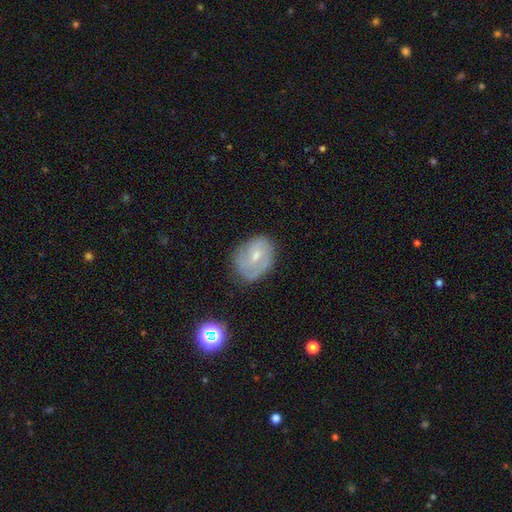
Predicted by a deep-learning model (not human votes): Smooth or featured: featured or disk — 64% (smooth — 26%)
Edge-on disk: no — 96% (yes — 4%)
Bar: weak — 46% (no — 42%)
Spiral arms: yes — 81% (no — 19%)
Bulge size: small — 57% (moderate — 39%)
Merging: none — 68% (minor disturbance — 22%)